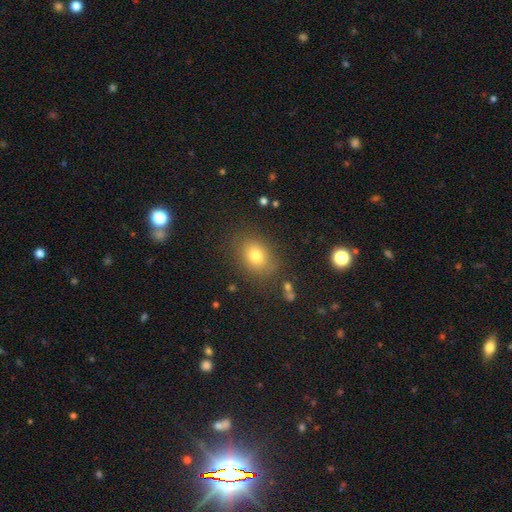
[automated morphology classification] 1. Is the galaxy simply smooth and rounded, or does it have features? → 75% smooth, 15% star or artifact, 10% featured or disk.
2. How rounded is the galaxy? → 51% in between, 48% round, 1% cigar-shaped.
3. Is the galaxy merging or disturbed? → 82% none, 12% minor disturbance, 4% major disturbance, 2% merger.